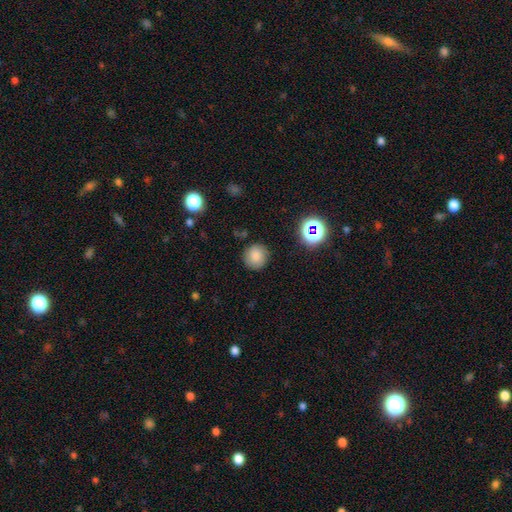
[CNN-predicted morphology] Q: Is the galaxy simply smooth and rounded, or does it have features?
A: smooth — 80%.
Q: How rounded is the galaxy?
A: round — 91%.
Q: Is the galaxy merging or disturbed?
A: none — 86%.